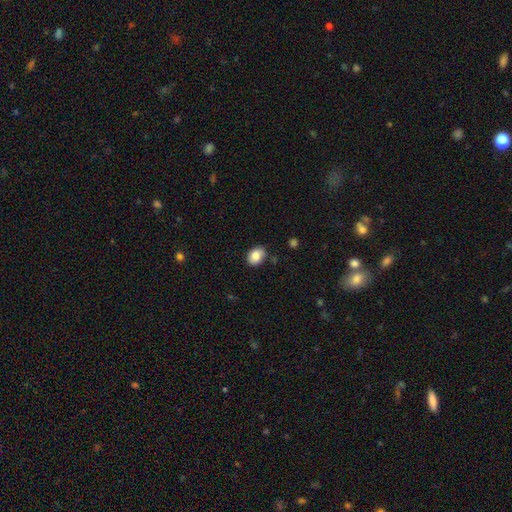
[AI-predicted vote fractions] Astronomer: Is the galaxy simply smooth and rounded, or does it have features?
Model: smooth — 83%.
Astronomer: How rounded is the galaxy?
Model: in between — 69%.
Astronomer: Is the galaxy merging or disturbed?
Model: none — 80%.